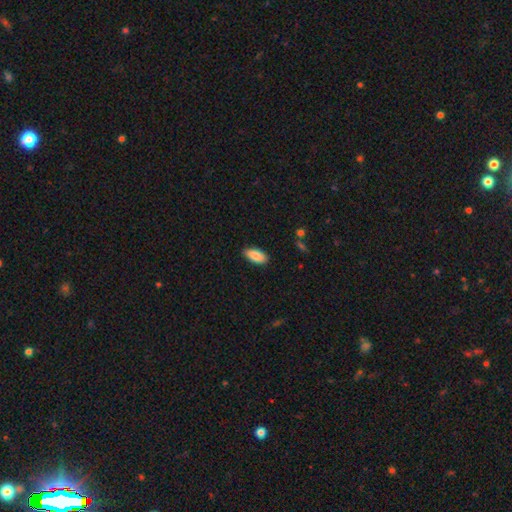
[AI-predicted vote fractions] Morphology: type=smooth (85%); roundness=in between (90%); merging=none (86%).